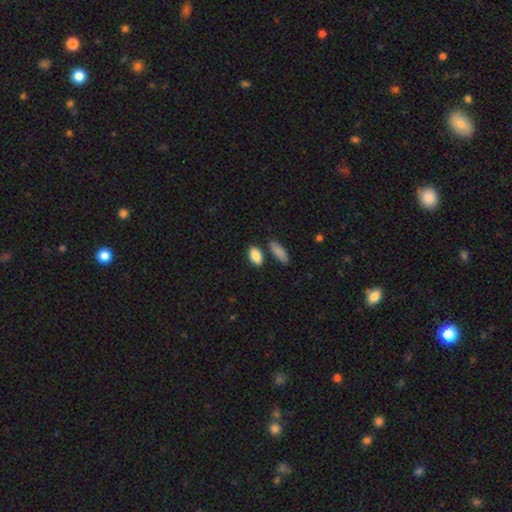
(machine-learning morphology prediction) Smooth or featured: smooth — 88% (star or artifact — 7%)
How rounded: in between — 89% (round — 6%)
Merging: none — 75% (minor disturbance — 13%)